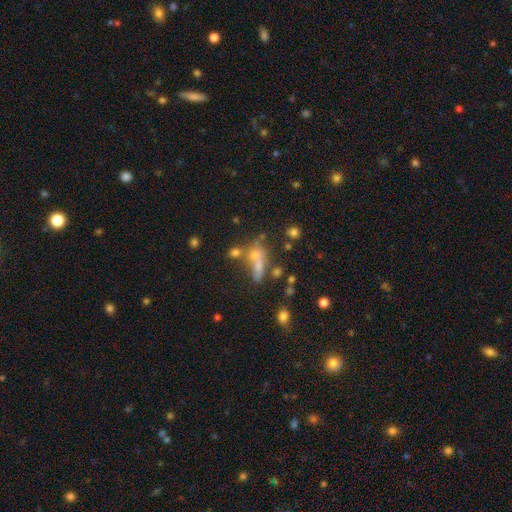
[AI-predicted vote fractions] Smooth or featured? smooth (38%)
Merging? none (42%)